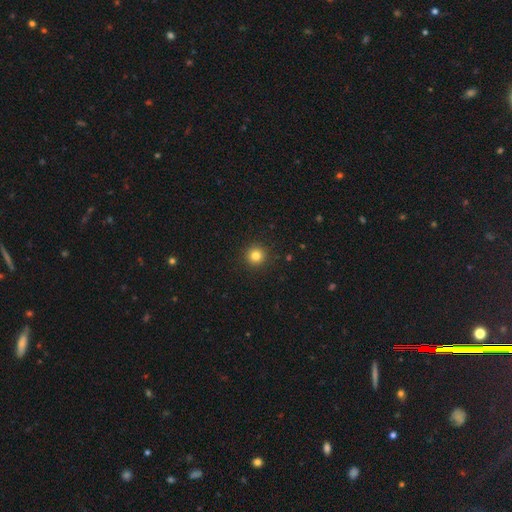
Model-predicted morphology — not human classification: A smooth galaxy with no disk features (81%) that is round (96%). Merging: none (92%).